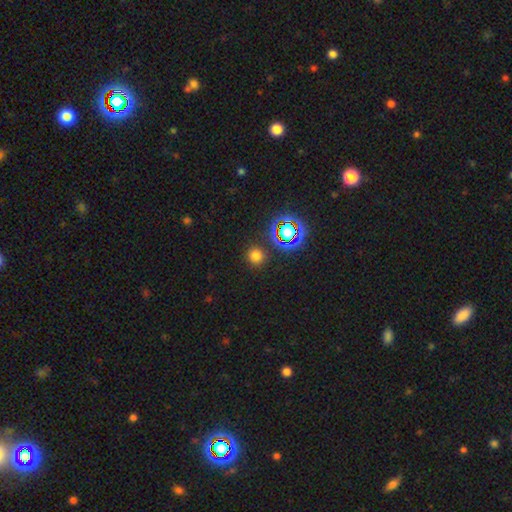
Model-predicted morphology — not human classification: Smooth or featured? smooth (70%)
How rounded? round (94%)
Merging? none (89%)